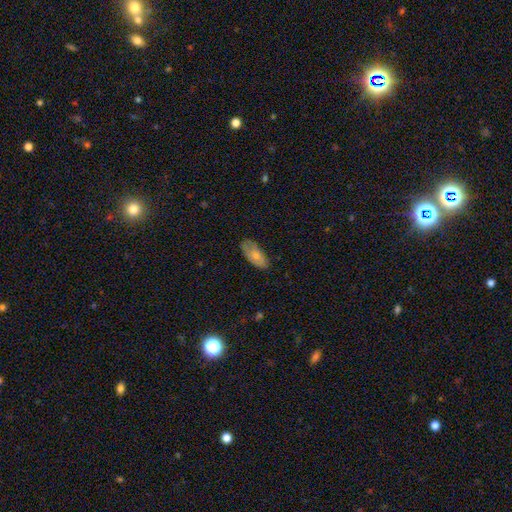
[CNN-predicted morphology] Smooth or featured: smooth — 71% (featured or disk — 22%)
How rounded: in between — 89% (cigar-shaped — 9%)
Merging: none — 70% (minor disturbance — 23%)